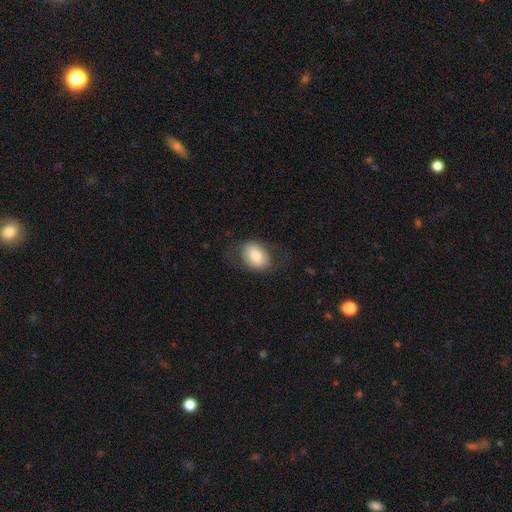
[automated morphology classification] A smooth galaxy with no disk features (72%) that is in between round and cigar-shaped (69%).

Vote fractions:
- Smooth or featured? smooth: 72% / featured or disk: 21% / star or artifact: 7%
- How rounded? in between: 69% / round: 30% / cigar-shaped: 1%
- Merging? none: 73% / minor disturbance: 17% / major disturbance: 10% / merger: 1%